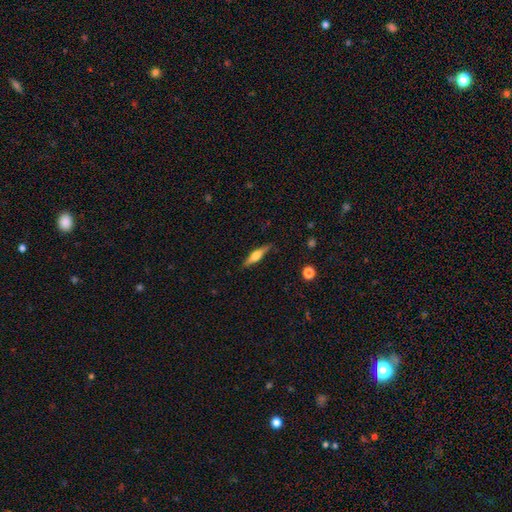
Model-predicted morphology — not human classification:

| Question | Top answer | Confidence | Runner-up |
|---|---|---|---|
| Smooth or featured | featured or disk | 54% | smooth (40%) |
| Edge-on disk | yes | 96% | no (4%) |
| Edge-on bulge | rounded | 86% | boxy (10%) |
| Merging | none | 85% | minor disturbance (11%) |